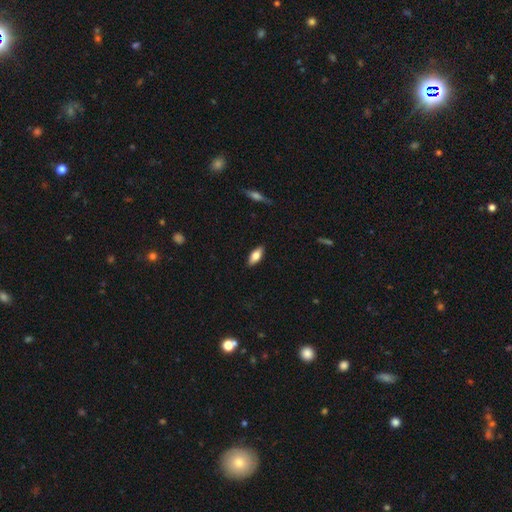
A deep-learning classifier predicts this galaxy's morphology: Smooth or featured: smooth — 74% (featured or disk — 19%)
How rounded: in between — 84% (cigar-shaped — 14%)
Merging: none — 89% (minor disturbance — 9%)